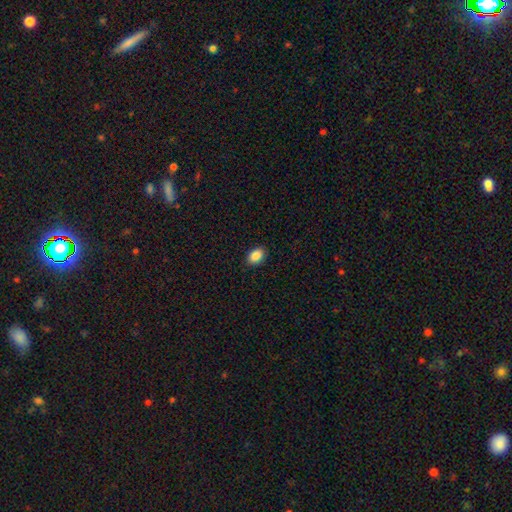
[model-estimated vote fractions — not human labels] Smooth or featured? smooth (88%)
How rounded? in between (84%)
Merging? none (90%)